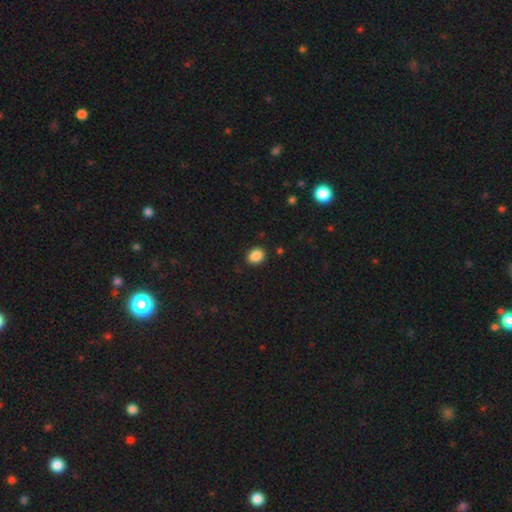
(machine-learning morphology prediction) Smooth or featured? smooth (88%)
How rounded? in between (50%)
Merging? none (89%)